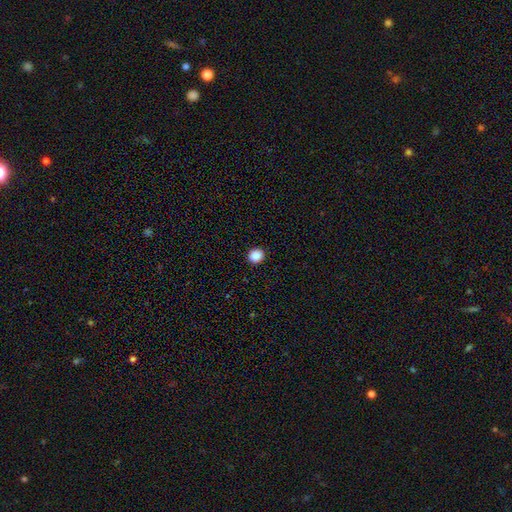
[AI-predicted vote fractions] Morphology: type=smooth (88%); roundness=round (81%); merging=none (92%).